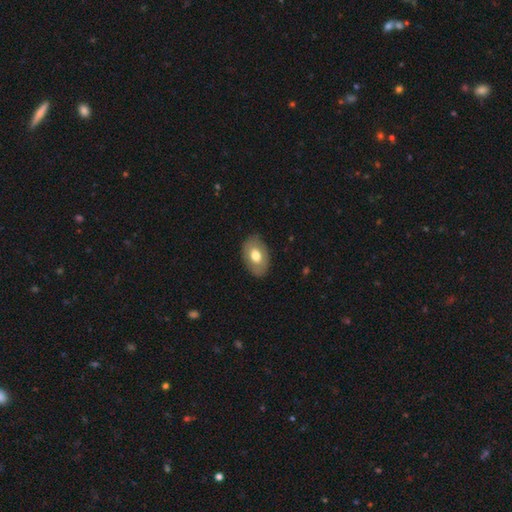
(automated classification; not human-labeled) Smooth or featured?
  - smooth: 66% *
  - featured or disk: 28%
  - star or artifact: 6%
How rounded?
  - in between: 87% *
  - round: 12%
  - cigar-shaped: 1%
Merging?
  - none: 84% *
  - minor disturbance: 12%
  - major disturbance: 3%
  - merger: 1%